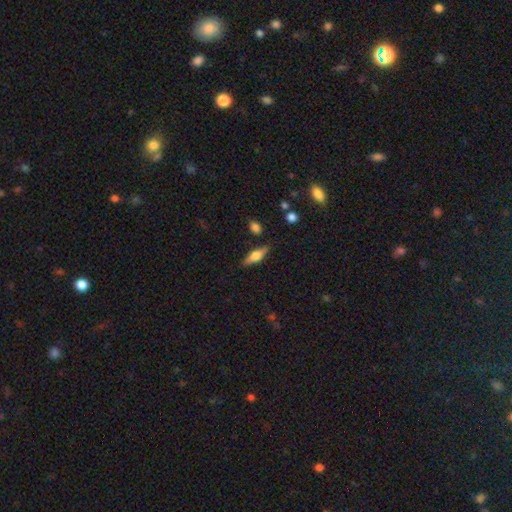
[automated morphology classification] Smooth or featured: featured or disk — 48% (smooth — 45%)
Merging: none — 83% (minor disturbance — 11%)